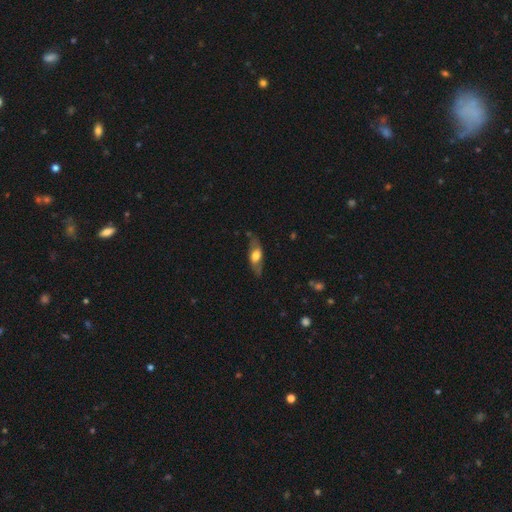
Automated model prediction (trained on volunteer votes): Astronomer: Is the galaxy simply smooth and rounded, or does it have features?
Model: smooth — 49% (runner-up: featured or disk, 45%).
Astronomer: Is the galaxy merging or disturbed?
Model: none — 72%.